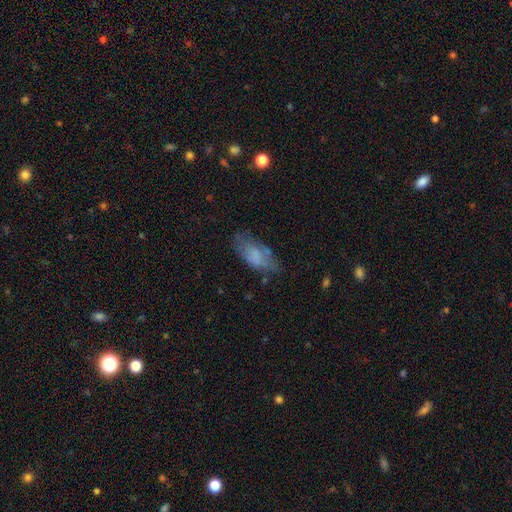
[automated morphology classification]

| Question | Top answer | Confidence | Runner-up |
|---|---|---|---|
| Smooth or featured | smooth | 64% | featured or disk (27%) |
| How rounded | in between | 85% | cigar-shaped (12%) |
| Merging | none | 55% | minor disturbance (28%) |